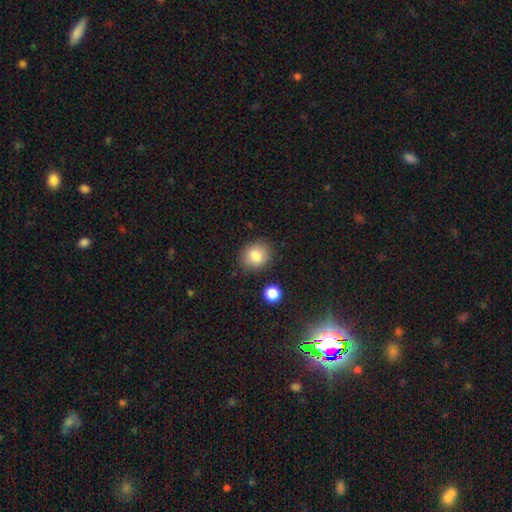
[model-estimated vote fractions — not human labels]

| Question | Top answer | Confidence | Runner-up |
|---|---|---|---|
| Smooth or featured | smooth | 85% | star or artifact (9%) |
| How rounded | round | 75% | in between (24%) |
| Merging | none | 85% | minor disturbance (9%) |